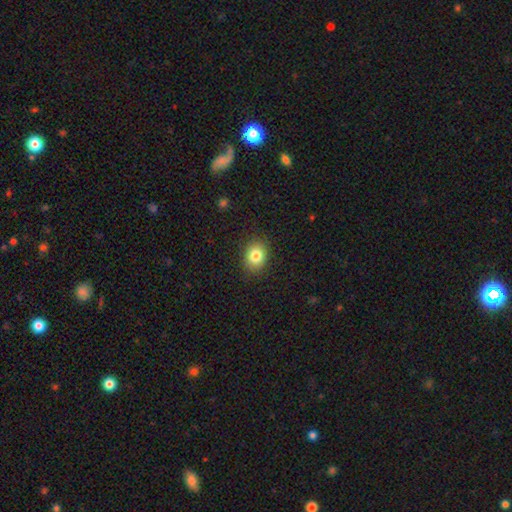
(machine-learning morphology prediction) A smooth galaxy with no disk features (83%) that is in between round and cigar-shaped (50%). Merging: none (88%).